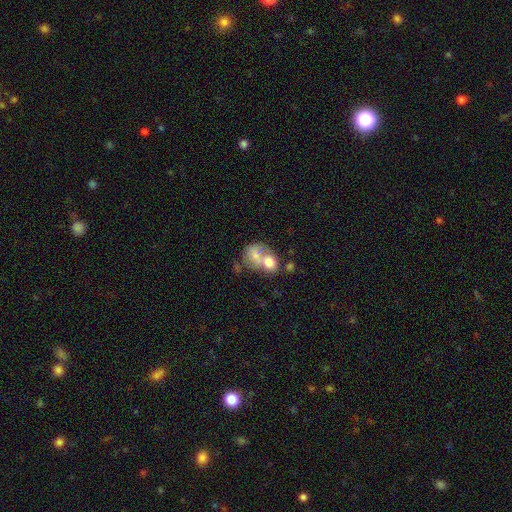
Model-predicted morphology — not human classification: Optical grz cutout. It shows a smooth galaxy with no disk features (65%) that is in between round and cigar-shaped (52%). Merging: merger (66%).